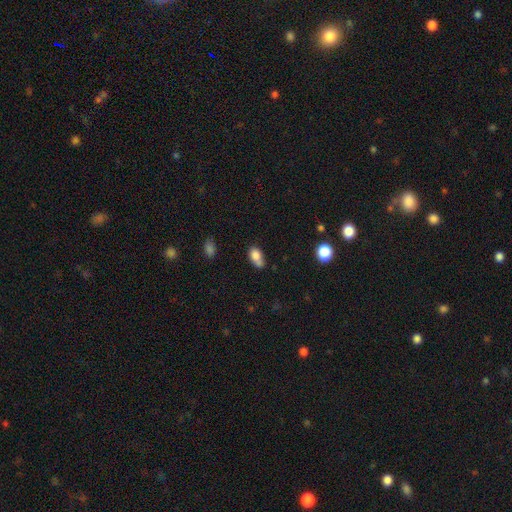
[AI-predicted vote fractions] This is likely a smooth galaxy (79%). How rounded: likely in between (77%). Merging: marginally none (37%).